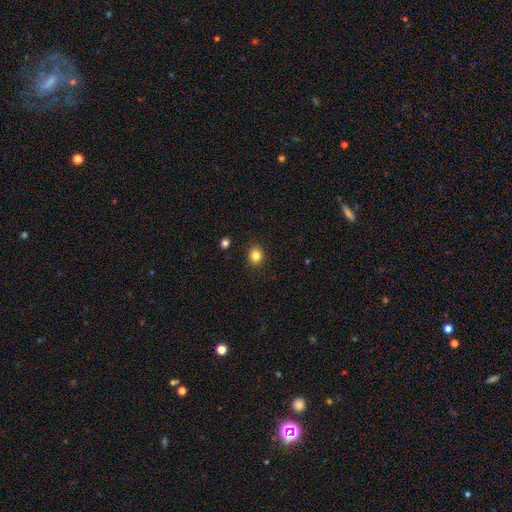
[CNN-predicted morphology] This appears to be a smooth galaxy with no disk features (84%) that is round (79%). Merging: none (90%).